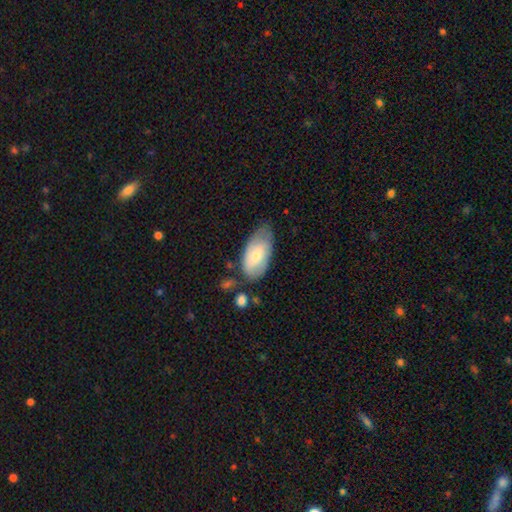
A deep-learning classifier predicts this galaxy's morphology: smooth 63%, featured or disk 31%, star or artifact 6%. Down the decision tree: how rounded — in between (94%); merging — none (58%).